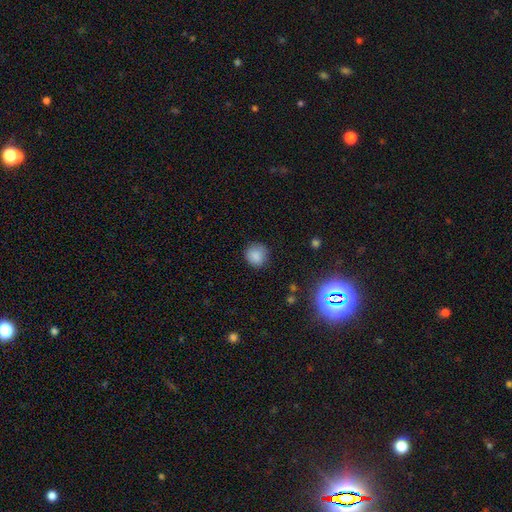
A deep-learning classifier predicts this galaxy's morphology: smooth-or-featured: smooth: 85% | star or artifact: 10% | featured or disk: 5%
  how-rounded: round: 90% | in between: 9% | cigar-shaped: 1%
  merging: none: 84% | minor disturbance: 11% | major disturbance: 3% | merger: 1%